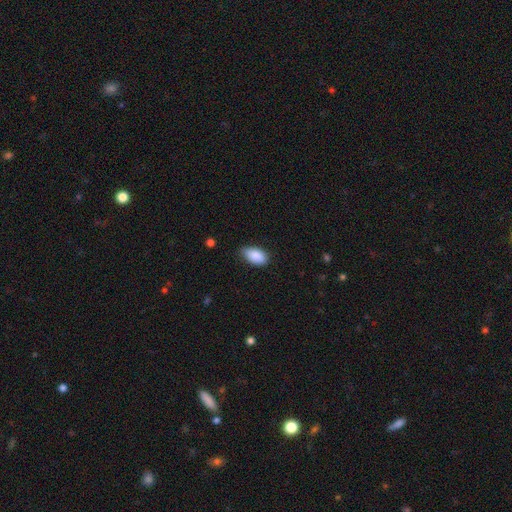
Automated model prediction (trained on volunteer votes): This appears to be a smooth galaxy with no disk features (89%) that is in between round and cigar-shaped (94%). Merging: none (75%).